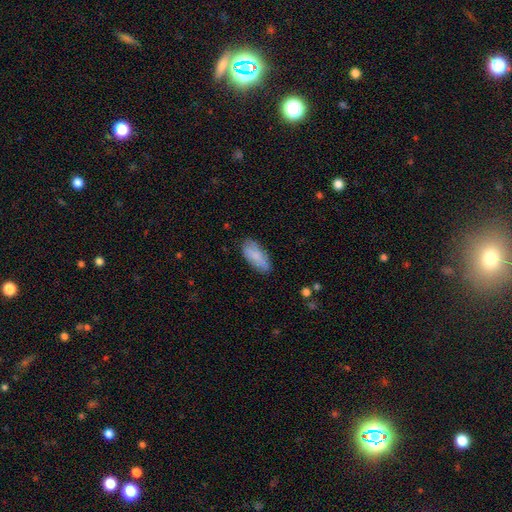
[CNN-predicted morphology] The model was most divided on "merging": none: 75%, minor disturbance: 19%, major disturbance: 4%, merger: 2%. More confident: how rounded — in between (83%); smooth or featured — smooth (81%).